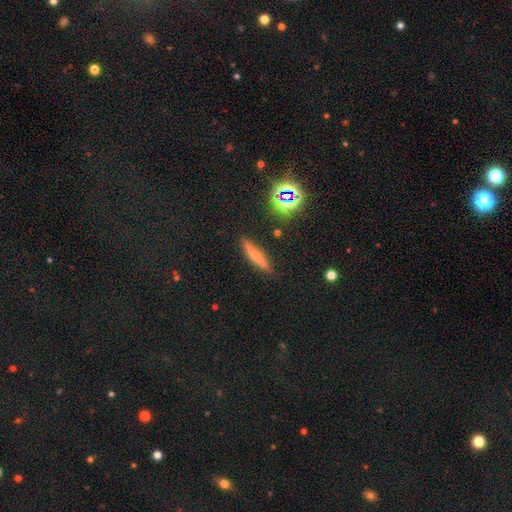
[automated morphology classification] type=smooth (59%); roundness=cigar-shaped (87%); merging=none (87%).